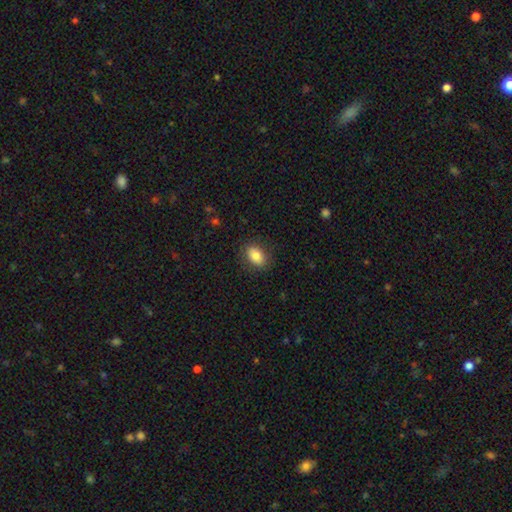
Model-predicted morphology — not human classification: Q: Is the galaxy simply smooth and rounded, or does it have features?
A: smooth — 83%.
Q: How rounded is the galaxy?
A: in between — 77%.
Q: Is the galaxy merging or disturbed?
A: none — 86%.